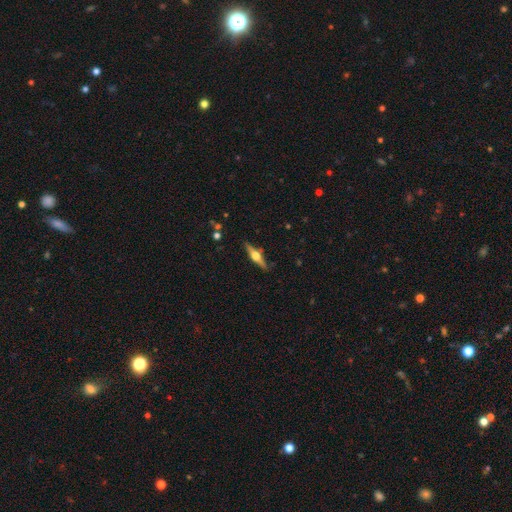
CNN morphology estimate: Smooth or featured? featured or disk (75%)
Edge-on disk? yes (97%)
Edge-on bulge? rounded (95%)
Merging? none (87%)